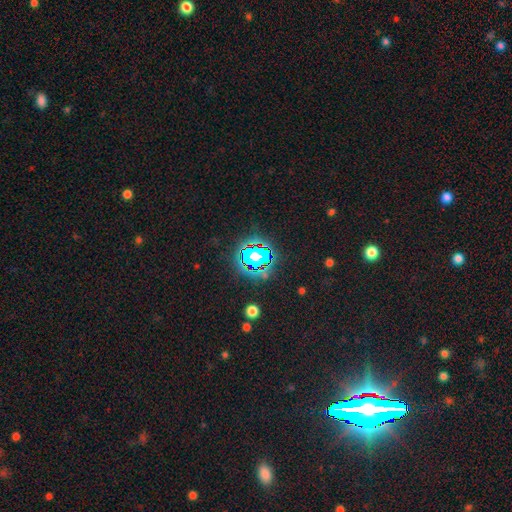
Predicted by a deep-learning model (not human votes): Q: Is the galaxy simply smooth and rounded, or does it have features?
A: star or artifact — 81%.